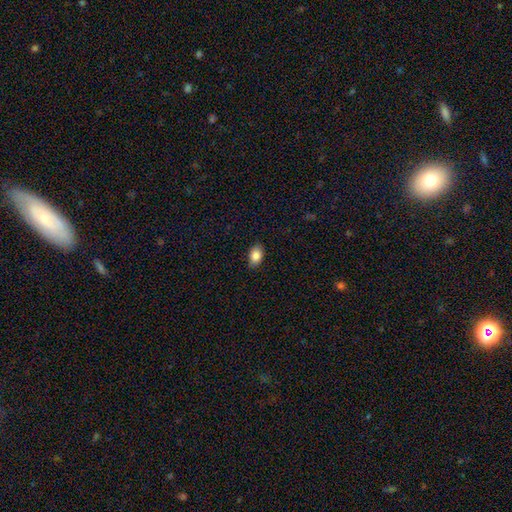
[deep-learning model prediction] Smooth or featured? smooth (86%)
How rounded? in between (88%)
Merging? none (86%)